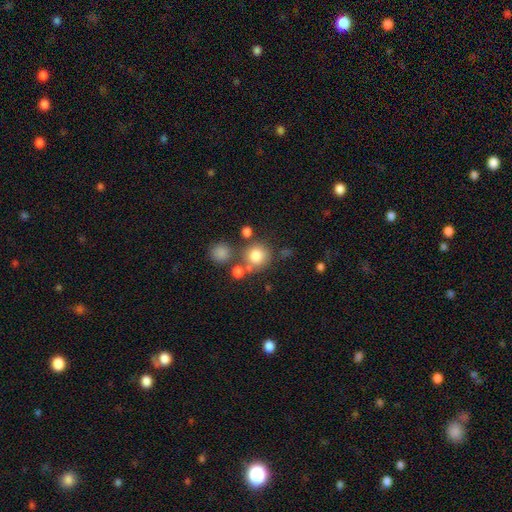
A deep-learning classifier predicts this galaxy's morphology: Smooth or featured?
  - smooth: 79% *
  - star or artifact: 12%
  - featured or disk: 9%
How rounded?
  - round: 87% *
  - in between: 12%
  - cigar-shaped: 1%
Merging?
  - none: 64% *
  - merger: 18%
  - minor disturbance: 12%
  - major disturbance: 5%